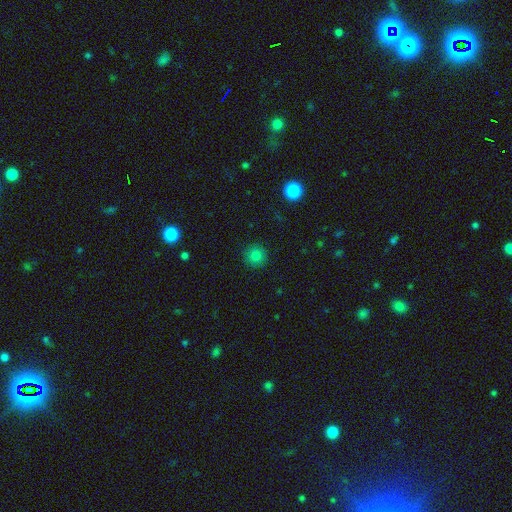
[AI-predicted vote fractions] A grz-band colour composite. It shows a smooth galaxy with no disk features (81%) that is round (94%). Merging: none (90%).